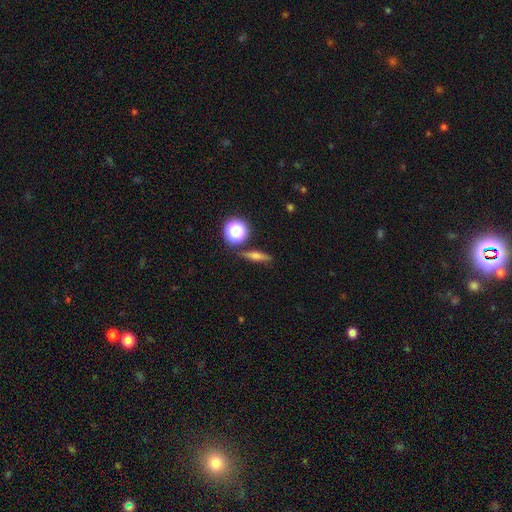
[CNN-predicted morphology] Smooth or featured?
  - smooth: 51% *
  - featured or disk: 35%
  - star or artifact: 14%
How rounded?
  - cigar-shaped: 60% *
  - in between: 20%
  - round: 20%
Merging?
  - none: 86% *
  - minor disturbance: 8%
  - merger: 3%
  - major disturbance: 2%